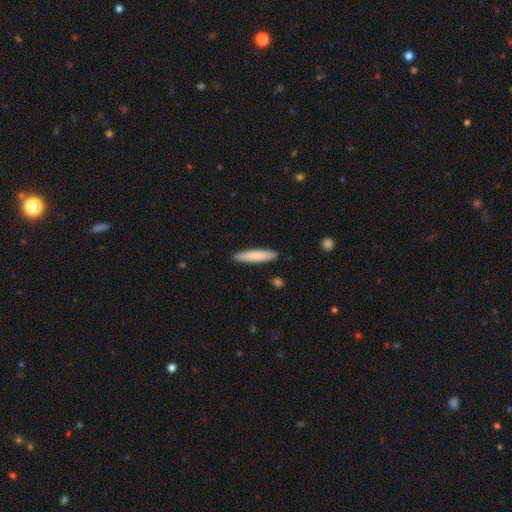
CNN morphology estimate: type=smooth (79%); roundness=cigar-shaped (86%); merging=none (90%).